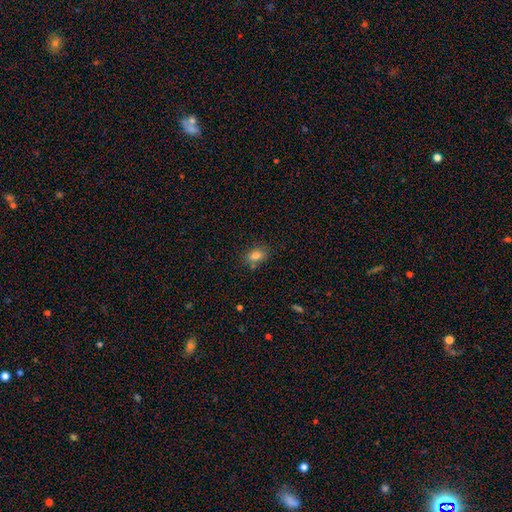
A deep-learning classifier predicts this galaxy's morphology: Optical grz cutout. It shows a smooth galaxy with no disk features (80%) that is in between round and cigar-shaped (75%). Merging: none (71%).